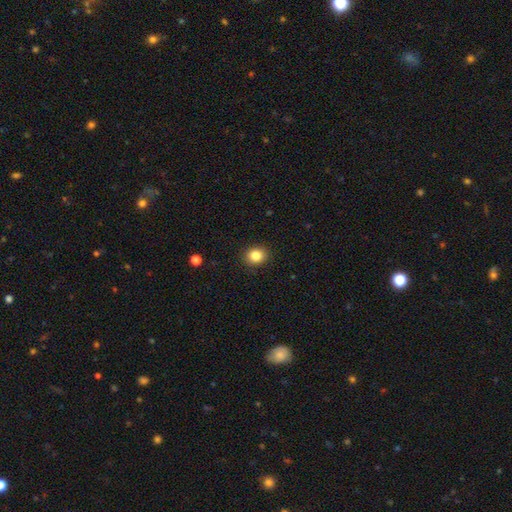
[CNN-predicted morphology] Smooth or featured?
  - smooth: 84% *
  - star or artifact: 11%
  - featured or disk: 6%
How rounded?
  - round: 69% *
  - in between: 30%
  - cigar-shaped: 1%
Merging?
  - none: 90% *
  - minor disturbance: 7%
  - major disturbance: 2%
  - merger: 1%